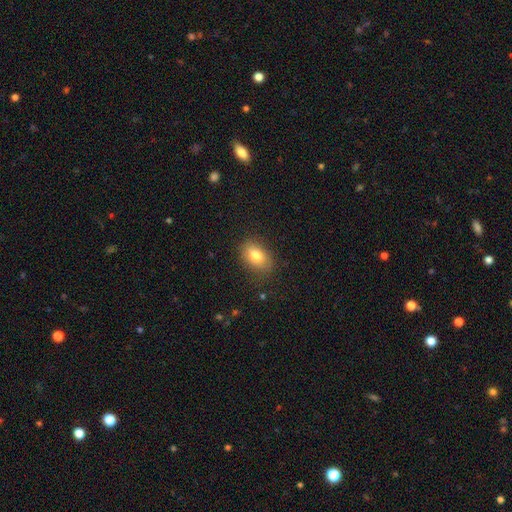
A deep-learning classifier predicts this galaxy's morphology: Q: Smooth or featured?
A: smooth (80%); runner-up: featured or disk (12%)
Q: How rounded?
A: in between (84%); runner-up: round (14%)
Q: Merging?
A: none (81%); runner-up: minor disturbance (14%)